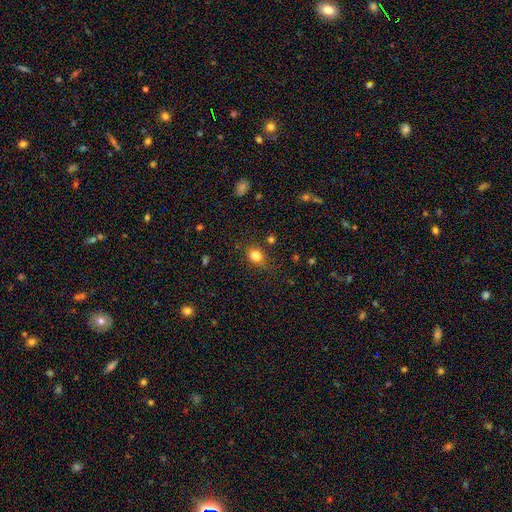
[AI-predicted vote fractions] A smooth galaxy with no disk features (83%) that is round (50%).

Vote fractions:
- Smooth or featured? smooth: 83% / star or artifact: 12% / featured or disk: 5%
- How rounded? round: 50% / in between: 49% / cigar-shaped: 1%
- Merging? none: 72% / minor disturbance: 18% / major disturbance: 7% / merger: 3%